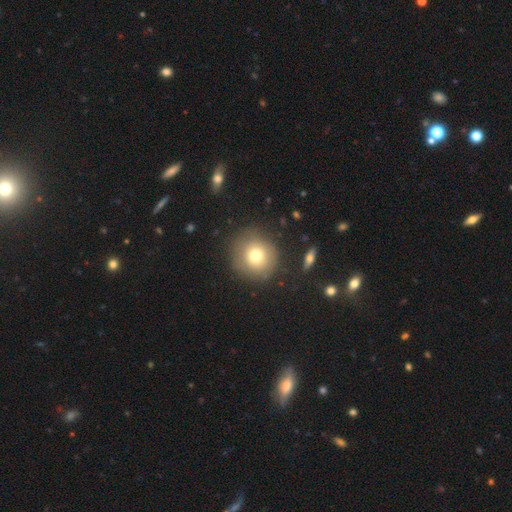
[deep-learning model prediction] Smooth or featured: smooth — 74% (featured or disk — 15%)
How rounded: round — 92% (in between — 7%)
Merging: none — 82% (minor disturbance — 12%)